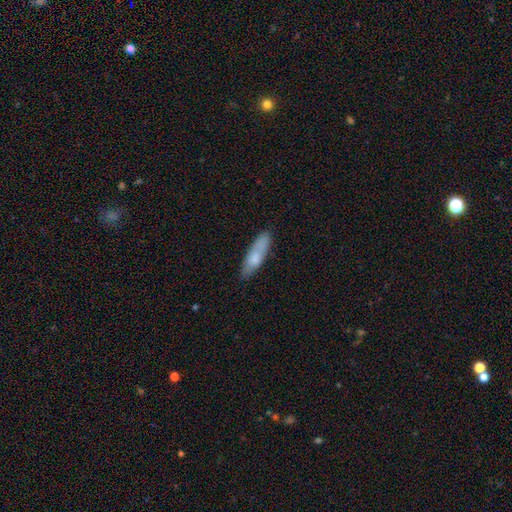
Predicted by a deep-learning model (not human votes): Q: Smooth or featured?
A: smooth (72%); runner-up: featured or disk (22%)
Q: How rounded?
A: cigar-shaped (65%); runner-up: in between (33%)
Q: Merging?
A: none (76%); runner-up: minor disturbance (18%)